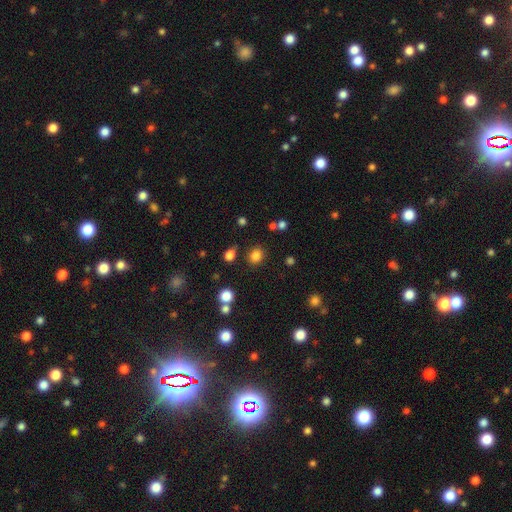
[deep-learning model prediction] Smooth or featured? Predicted: smooth (p=0.81). How rounded? Predicted: round (p=0.71). Merging? Predicted: none (p=0.83).